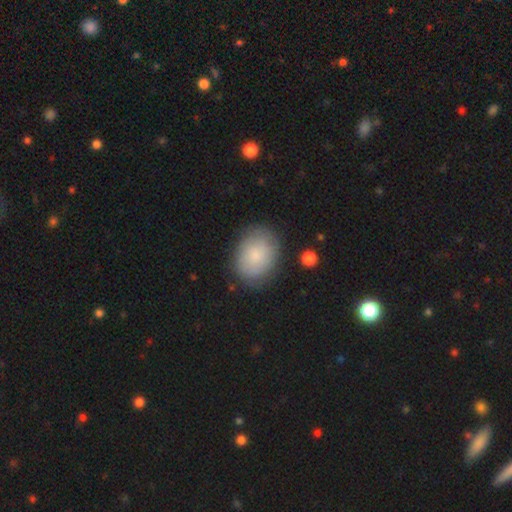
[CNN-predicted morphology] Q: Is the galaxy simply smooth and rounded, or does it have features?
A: smooth — 77%.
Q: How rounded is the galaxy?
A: in between — 69%.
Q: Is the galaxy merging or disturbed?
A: none — 80%.